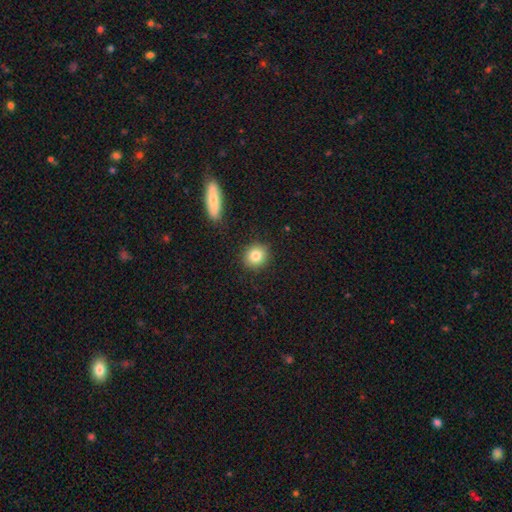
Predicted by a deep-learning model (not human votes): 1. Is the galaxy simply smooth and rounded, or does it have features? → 83% smooth, 9% star or artifact, 7% featured or disk.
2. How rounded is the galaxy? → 85% round, 14% in between, 1% cigar-shaped.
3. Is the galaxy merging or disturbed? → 89% none, 7% minor disturbance, 2% major disturbance, 2% merger.